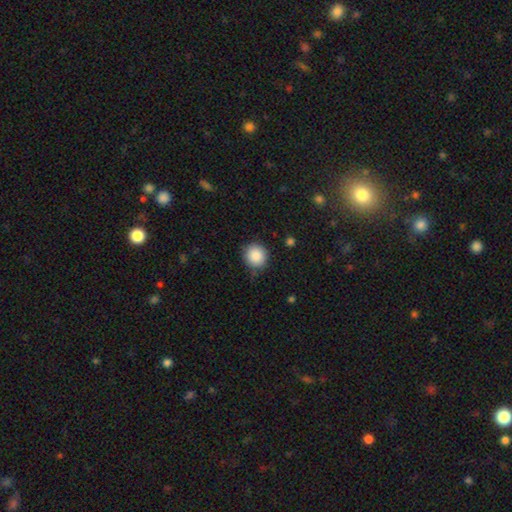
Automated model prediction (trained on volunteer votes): Smooth or featured? Predicted: smooth (p=0.88). How rounded? Predicted: round (p=0.86). Merging? Predicted: none (p=0.83).